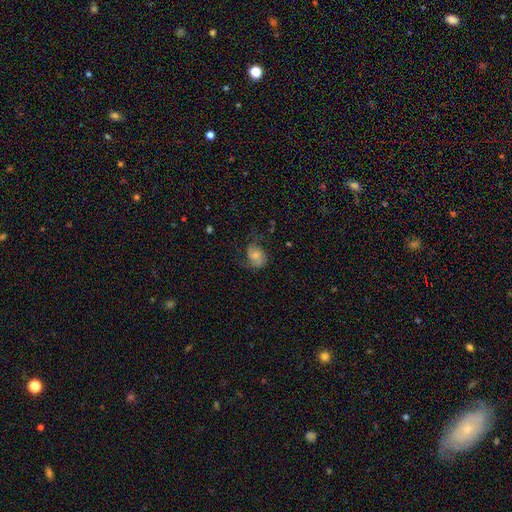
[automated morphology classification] Q: Smooth or featured?
A: smooth (51%); runner-up: featured or disk (40%)
Q: How rounded?
A: in between (55%); runner-up: round (44%)
Q: Merging?
A: none (47%); runner-up: minor disturbance (27%)